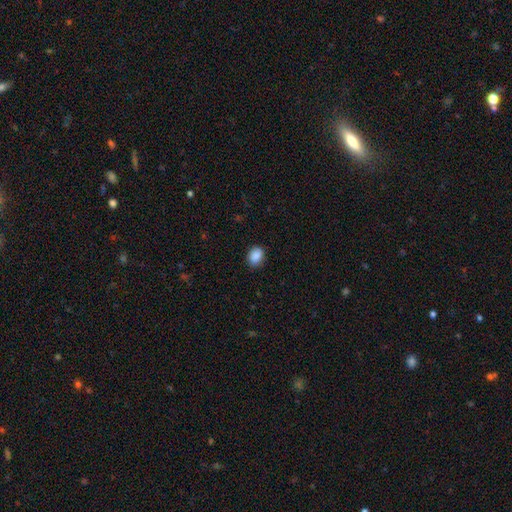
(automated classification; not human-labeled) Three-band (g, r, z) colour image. It shows a smooth galaxy with no disk features (89%) that is in between round and cigar-shaped (63%). Merging: none (86%).